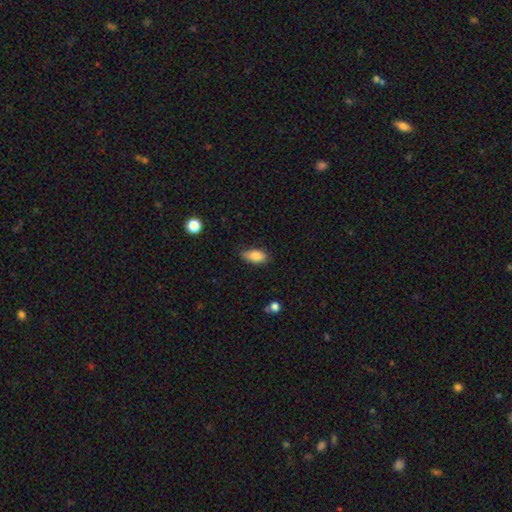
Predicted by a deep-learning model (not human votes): The model was most divided on "merging": none: 74%, minor disturbance: 21%, major disturbance: 3%, merger: 1%. More confident: how rounded — in between (88%); smooth or featured — smooth (84%).